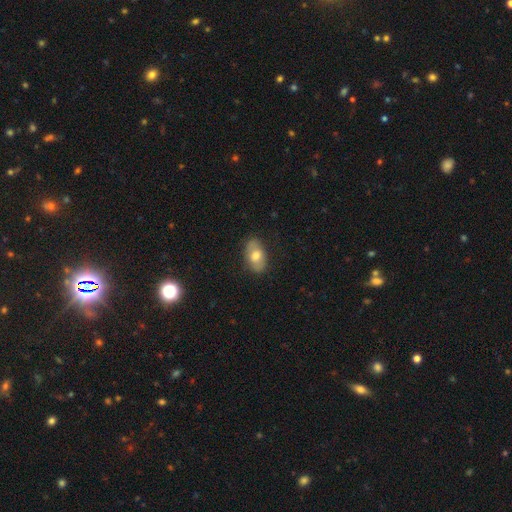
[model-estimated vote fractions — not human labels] A smooth galaxy with no disk features (68%) that is in between round and cigar-shaped (90%). Merging: none (80%).